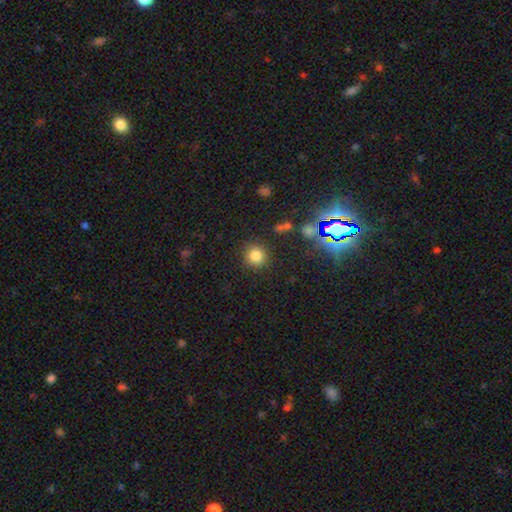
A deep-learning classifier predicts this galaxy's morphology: This appears to be a smooth galaxy with no disk features (80%) that is round (91%). Merging: none (88%).